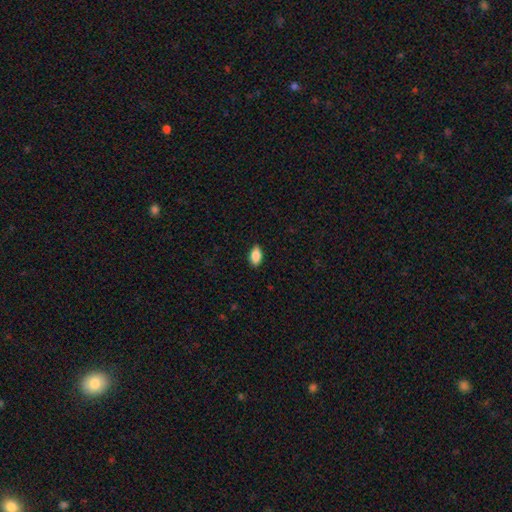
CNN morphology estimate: Smooth or featured? Predicted: smooth (p=0.88). How rounded? Predicted: in between (p=0.92). Merging? Predicted: none (p=0.88).